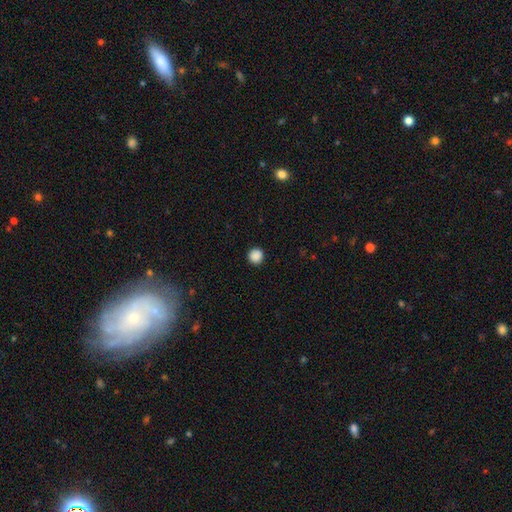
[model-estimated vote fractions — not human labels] This appears to be a smooth galaxy with no disk features (88%) that is round (94%). Merging: none (93%).